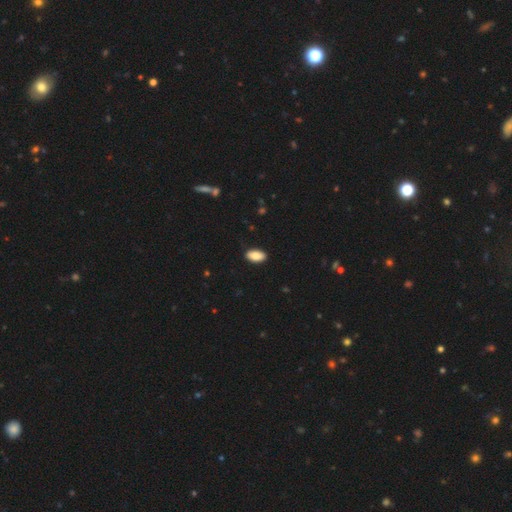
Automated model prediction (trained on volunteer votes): Morphology: type=smooth (88%); roundness=in between (94%); merging=none (89%).